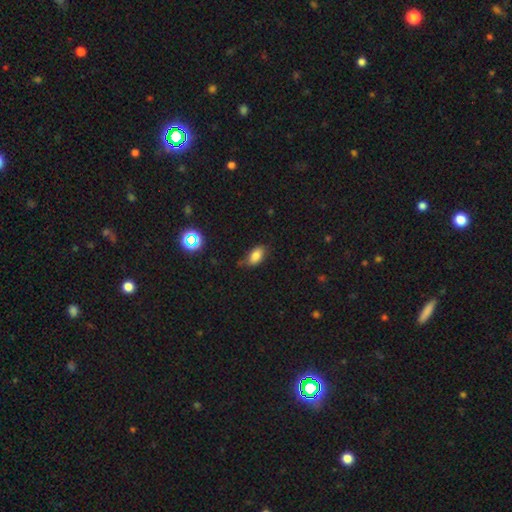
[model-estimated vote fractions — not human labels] This is likely a smooth galaxy (79%). How rounded: clearly in between (90%). Merging: likely none (66%).